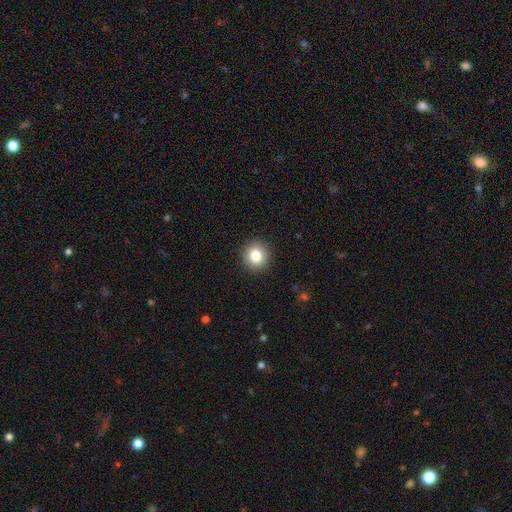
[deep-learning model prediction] The model was most divided on "smooth or featured": smooth: 83%, star or artifact: 10%, featured or disk: 7%. More confident: merging — none (91%); how rounded — round (89%).